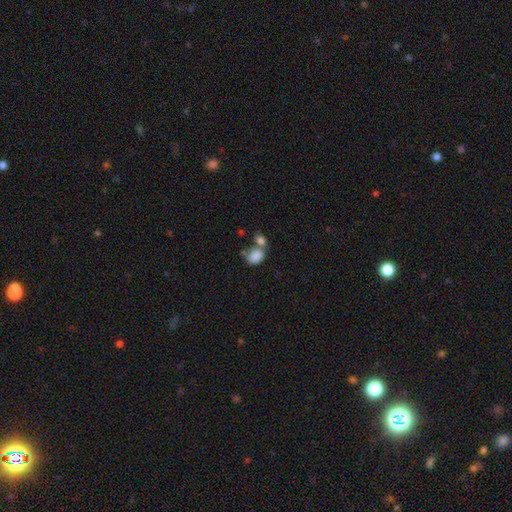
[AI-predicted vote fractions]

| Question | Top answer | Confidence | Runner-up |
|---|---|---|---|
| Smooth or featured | smooth | 84% | star or artifact (8%) |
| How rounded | in between | 75% | round (24%) |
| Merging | merger | 47% | none (35%) |